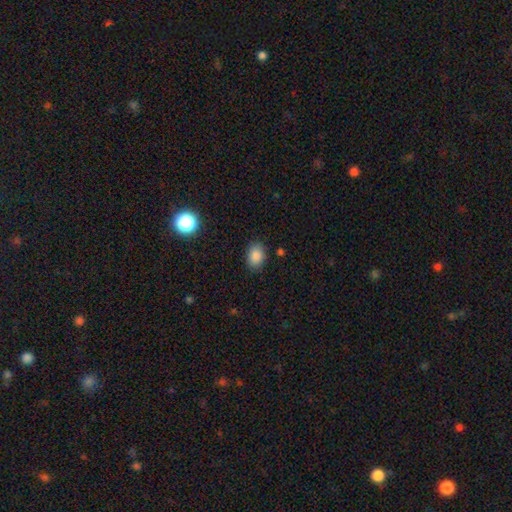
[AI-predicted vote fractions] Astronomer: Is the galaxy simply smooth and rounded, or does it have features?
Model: smooth — 86%.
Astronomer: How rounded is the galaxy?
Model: in between — 75%.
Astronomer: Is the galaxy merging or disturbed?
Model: none — 85%.